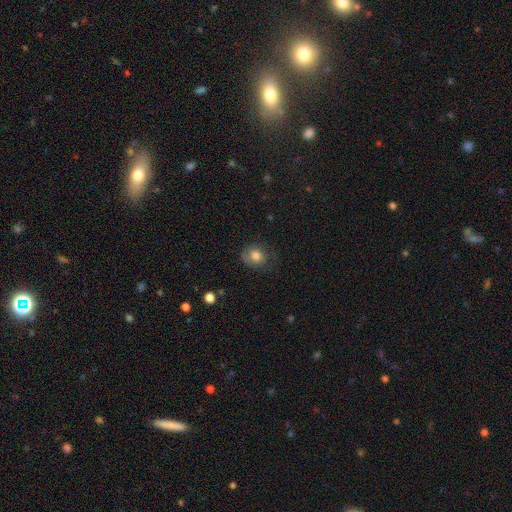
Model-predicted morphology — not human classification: This appears to be a smooth galaxy with no disk features (77%) that is round (69%). Merging: none (64%).